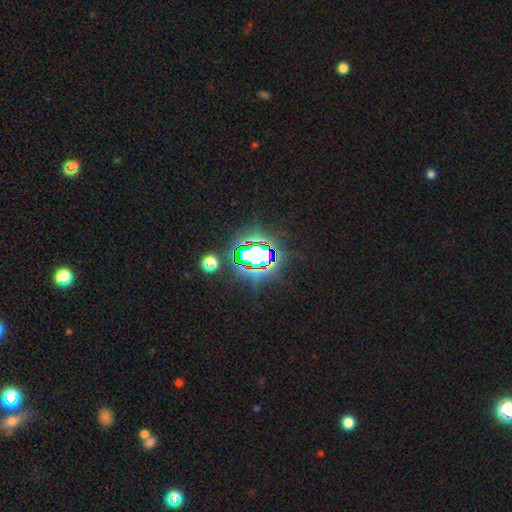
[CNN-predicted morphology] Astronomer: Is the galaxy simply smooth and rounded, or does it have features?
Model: star or artifact — 72%.